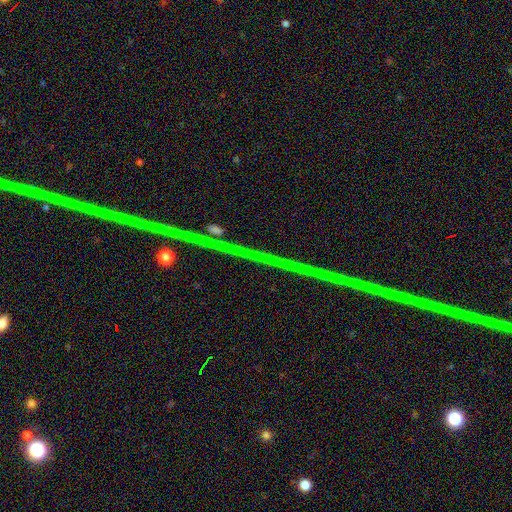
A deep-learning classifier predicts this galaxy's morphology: Q: Smooth or featured?
A: star or artifact (78%); runner-up: featured or disk (14%)